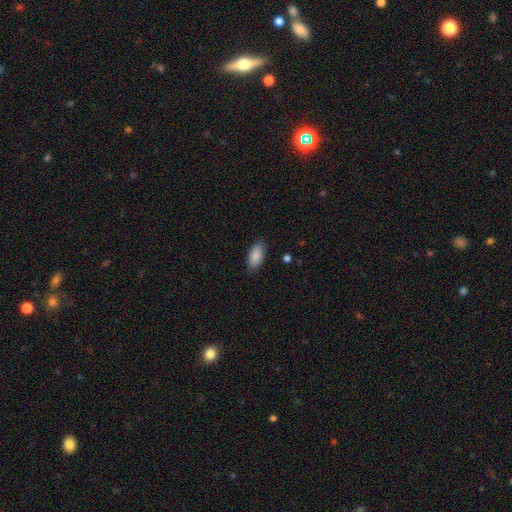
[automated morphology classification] Overall: smooth (89%). How rounded: in between (92%). Merging: none (86%).